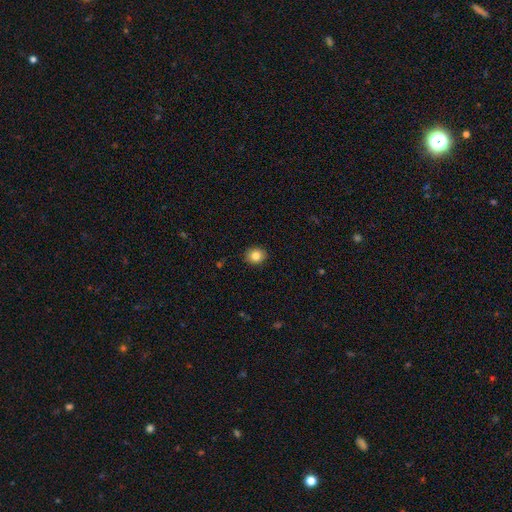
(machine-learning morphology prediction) Smooth or featured?
  - smooth: 84% *
  - star or artifact: 10%
  - featured or disk: 6%
How rounded?
  - round: 66% *
  - in between: 33%
  - cigar-shaped: 1%
Merging?
  - none: 90% *
  - minor disturbance: 7%
  - major disturbance: 2%
  - merger: 1%